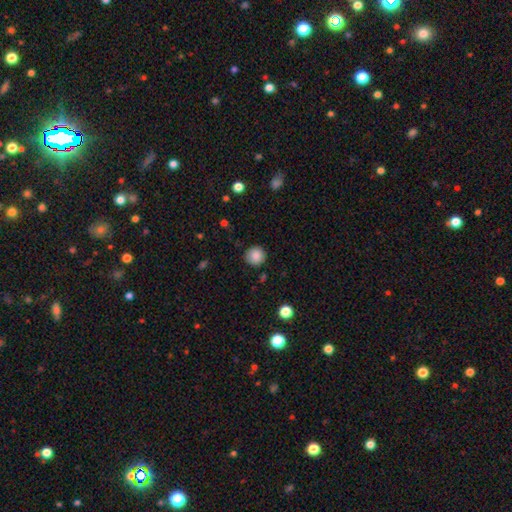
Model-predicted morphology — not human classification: smooth_or_featured: smooth (p=0.87) [alt: star or artifact p=0.09]
how_rounded: round (p=0.93) [alt: in between p=0.06]
merging: none (p=0.87) [alt: minor disturbance p=0.09]